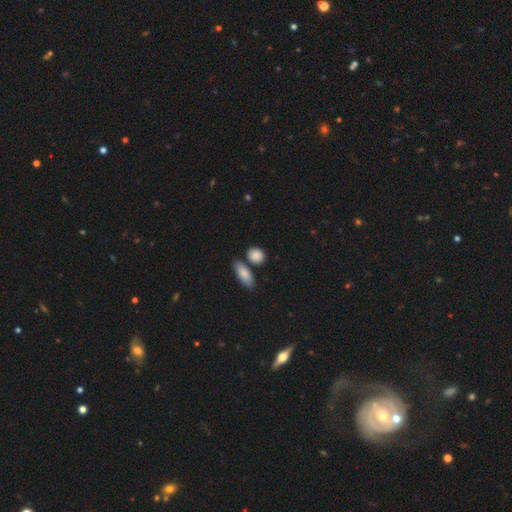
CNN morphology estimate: This appears to be a smooth galaxy with no disk features (87%) that is in between round and cigar-shaped (51%). Merging: none (70%).